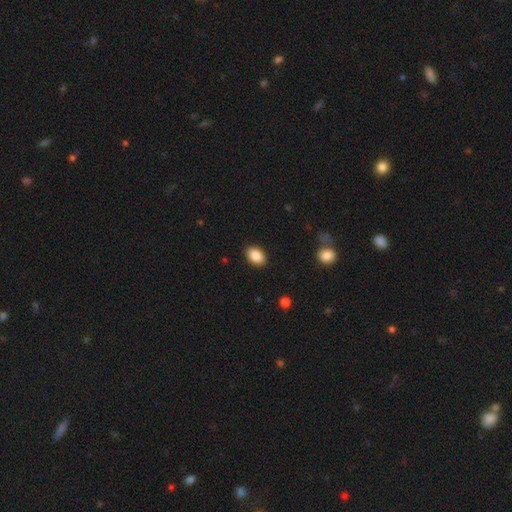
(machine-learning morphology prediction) Smooth or featured? Predicted: smooth (p=0.88). How rounded? Predicted: in between (p=0.83). Merging? Predicted: none (p=0.89).